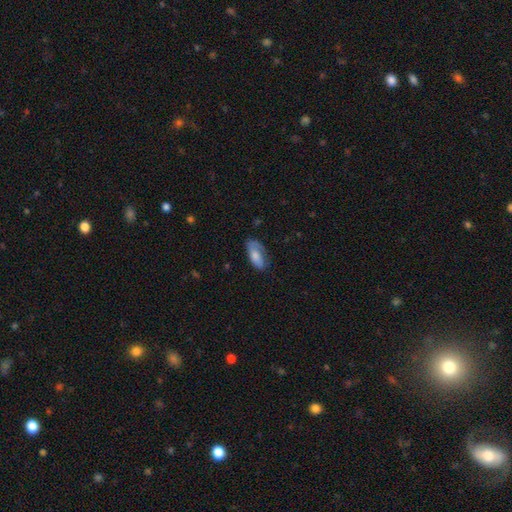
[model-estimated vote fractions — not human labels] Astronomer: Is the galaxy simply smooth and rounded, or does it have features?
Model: smooth — 70%.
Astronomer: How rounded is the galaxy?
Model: in between — 86%.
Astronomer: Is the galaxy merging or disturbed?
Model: none — 54% (runner-up: minor disturbance, 30%).